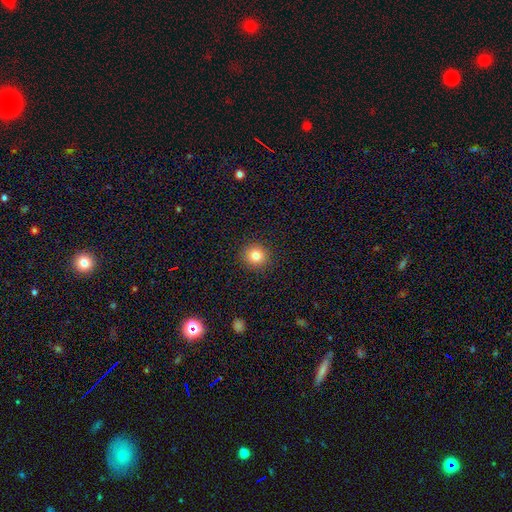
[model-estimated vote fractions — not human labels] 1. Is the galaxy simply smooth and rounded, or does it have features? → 83% smooth, 11% star or artifact, 6% featured or disk.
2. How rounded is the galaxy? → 90% round, 9% in between, 1% cigar-shaped.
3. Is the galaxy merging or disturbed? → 91% none, 6% minor disturbance, 2% major disturbance, 1% merger.